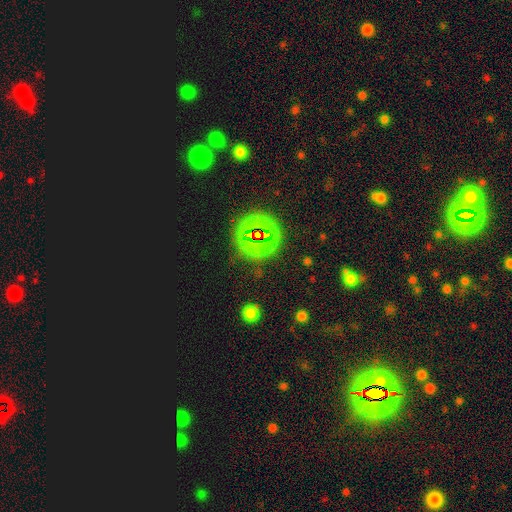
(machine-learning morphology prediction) Overall: star or artifact (73%).